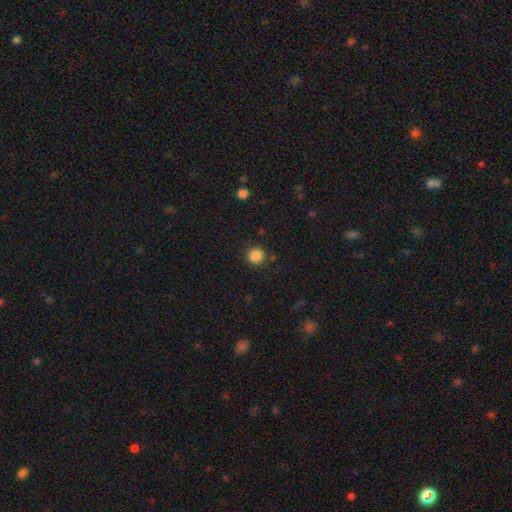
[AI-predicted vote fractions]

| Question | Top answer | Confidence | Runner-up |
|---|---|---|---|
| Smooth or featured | smooth | 86% | star or artifact (11%) |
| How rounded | round | 94% | in between (5%) |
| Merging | none | 88% | minor disturbance (7%) |